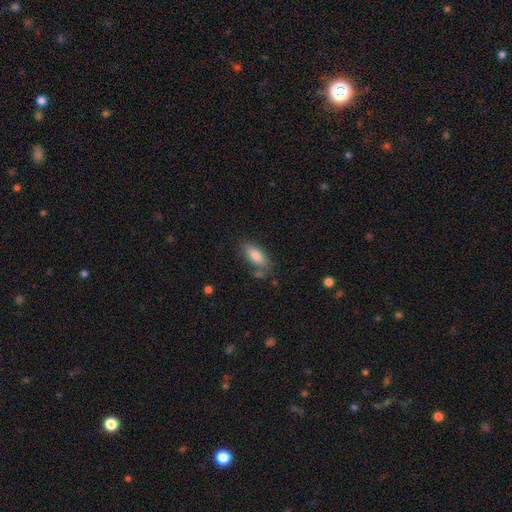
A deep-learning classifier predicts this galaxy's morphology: smooth-or-featured: smooth: 80% | featured or disk: 13% | star or artifact: 7%
  how-rounded: in between: 81% | cigar-shaped: 16% | round: 3%
  merging: none: 69% | minor disturbance: 19% | merger: 7% | major disturbance: 5%